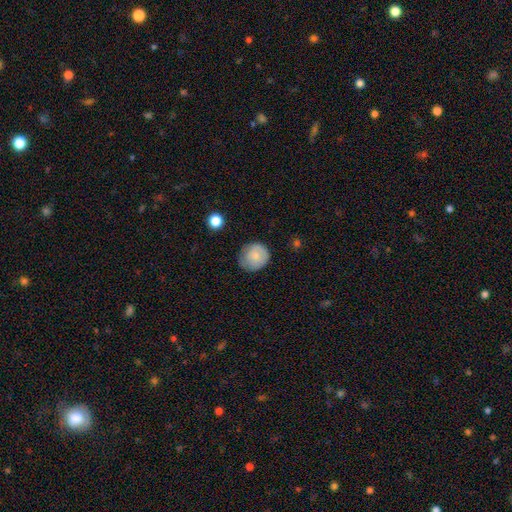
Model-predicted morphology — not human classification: Smooth or featured? Predicted: smooth (p=0.81). How rounded? Predicted: round (p=0.82). Merging? Predicted: none (p=0.70).